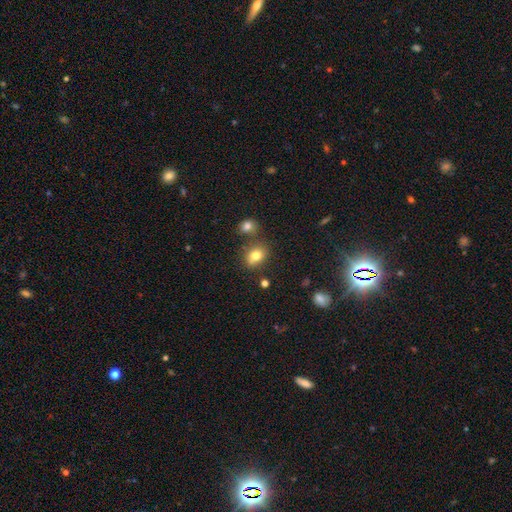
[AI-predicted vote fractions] This is likely a smooth galaxy (77%). How rounded: possibly in between (52%). Merging: likely none (65%).